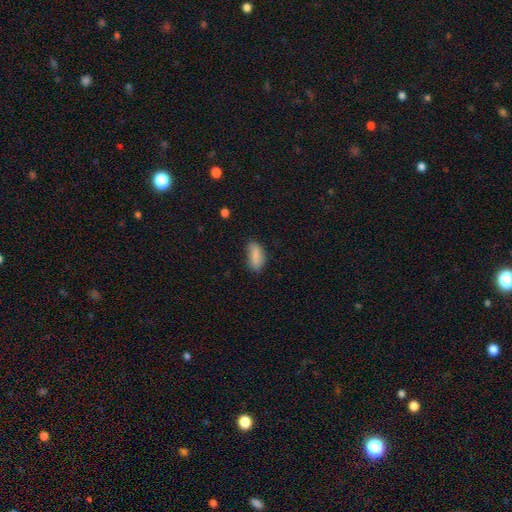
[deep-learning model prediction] This is clearly a smooth galaxy (85%). How rounded: clearly in between (85%). Merging: likely none (71%).